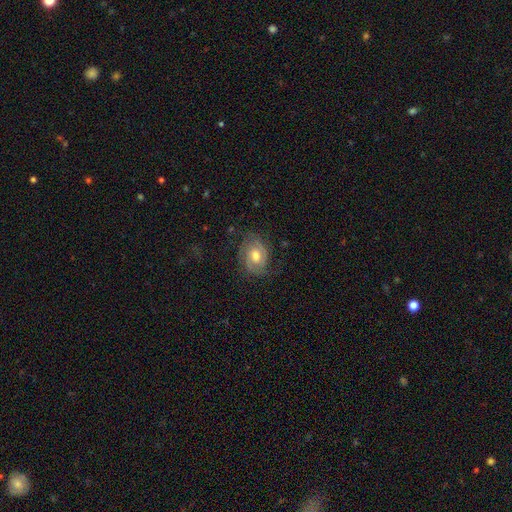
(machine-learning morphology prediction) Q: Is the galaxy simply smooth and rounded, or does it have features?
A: featured or disk — 75%.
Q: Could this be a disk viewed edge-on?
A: no — 97%.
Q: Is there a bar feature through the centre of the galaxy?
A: no — 61%.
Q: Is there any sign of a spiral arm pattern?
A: yes — 91%.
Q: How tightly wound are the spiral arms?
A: tight — 53%.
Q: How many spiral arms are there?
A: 2 — 69%.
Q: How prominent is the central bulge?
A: moderate — 75%.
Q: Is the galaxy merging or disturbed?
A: none — 71%.